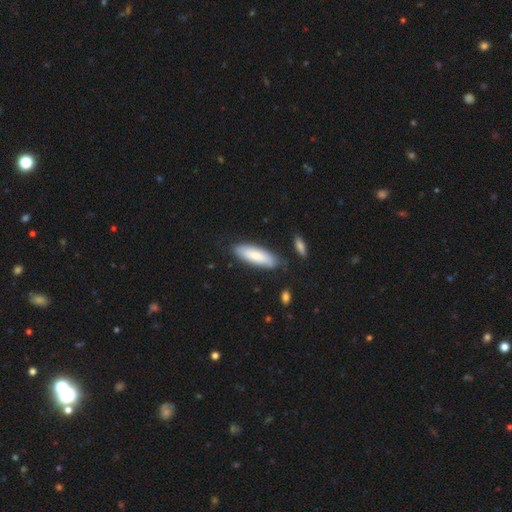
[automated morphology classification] Smooth or featured? Predicted: smooth (p=0.76). How rounded? Predicted: in between (p=0.54). Merging? Predicted: none (p=0.79).